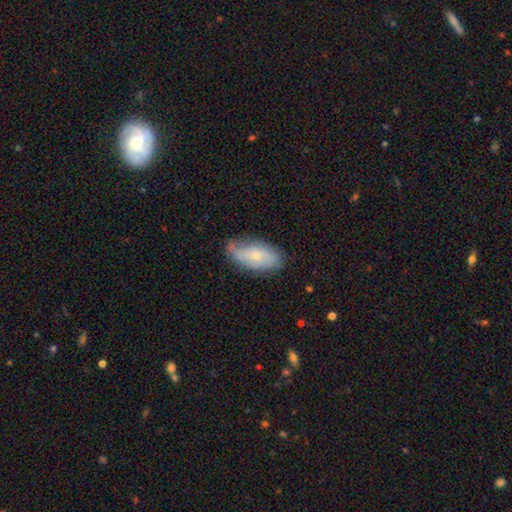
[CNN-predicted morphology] Q: Smooth or featured?
A: smooth (54%); runner-up: featured or disk (39%)
Q: How rounded?
A: in between (90%); runner-up: cigar-shaped (6%)
Q: Merging?
A: none (59%); runner-up: minor disturbance (30%)